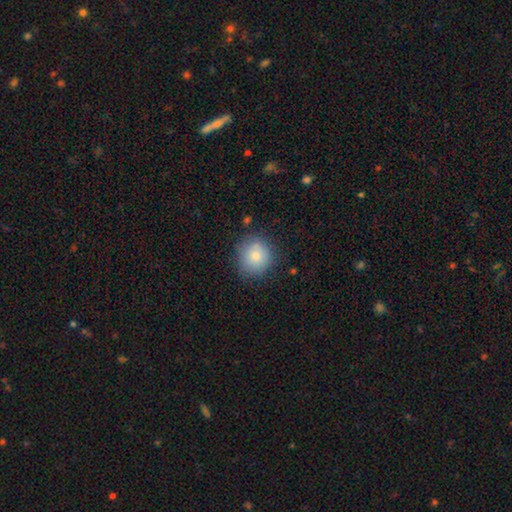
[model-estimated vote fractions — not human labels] Overall: smooth (83%). How rounded: round (88%). Merging: none (77%).